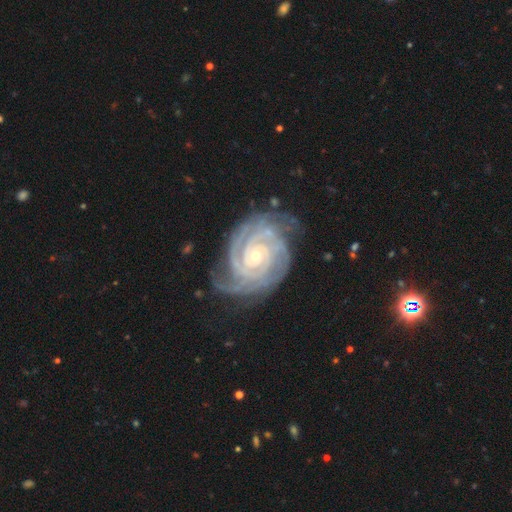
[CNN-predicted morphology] Q: Smooth or featured?
A: featured or disk (92%); runner-up: star or artifact (5%)
Q: Edge-on disk?
A: no (98%); runner-up: yes (2%)
Q: Bar?
A: no (68%); runner-up: weak (21%)
Q: Spiral arms?
A: yes (99%); runner-up: no (1%)
Q: Spiral winding?
A: tight (83%); runner-up: medium (15%)
Q: Spiral arm count?
A: 3 (26%); runner-up: 4 (23%)
Q: Bulge size?
A: small (71%); runner-up: moderate (26%)
Q: Merging?
A: none (71%); runner-up: minor disturbance (20%)